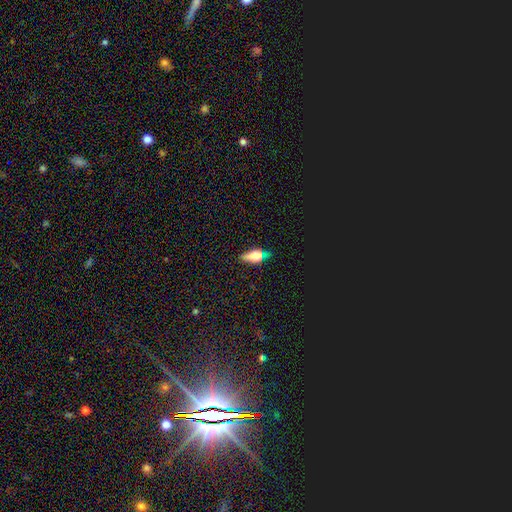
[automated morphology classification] smooth 55%, featured or disk 31%, star or artifact 14%. Down the decision tree: how rounded — in between (71%); merging — none (69%).